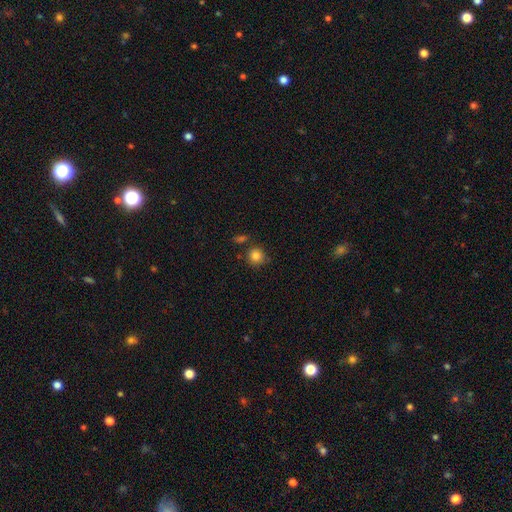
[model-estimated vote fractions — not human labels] smooth-or-featured: smooth: 84% | star or artifact: 10% | featured or disk: 6%
  how-rounded: round: 89% | in between: 10% | cigar-shaped: 1%
  merging: none: 74% | minor disturbance: 14% | merger: 8% | major disturbance: 4%